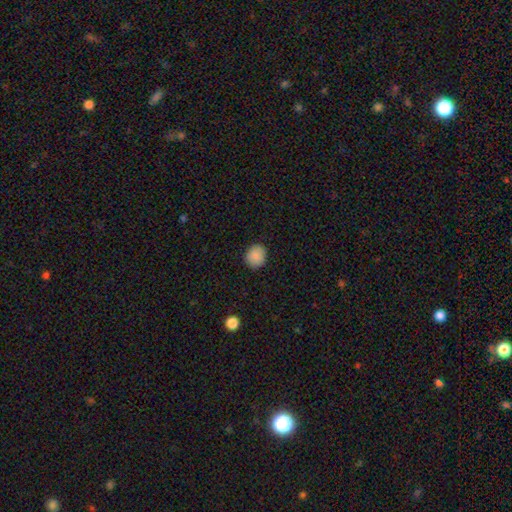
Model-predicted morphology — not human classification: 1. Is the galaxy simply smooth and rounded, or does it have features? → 88% smooth, 8% star or artifact, 4% featured or disk.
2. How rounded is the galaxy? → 78% round, 21% in between, 1% cigar-shaped.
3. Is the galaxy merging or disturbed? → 88% none, 8% minor disturbance, 2% major disturbance, 1% merger.